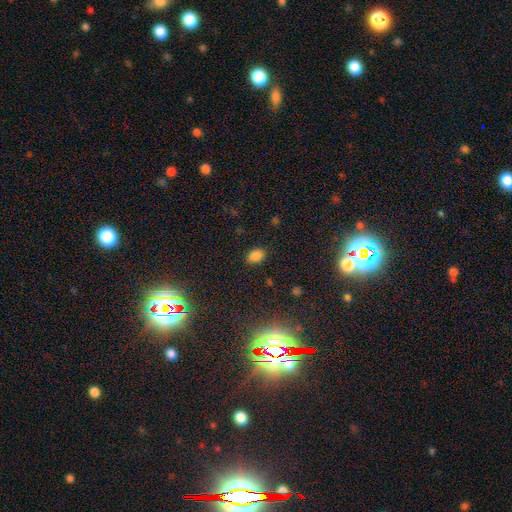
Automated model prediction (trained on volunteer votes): A smooth galaxy with no disk features (82%) that is in between round and cigar-shaped (79%). Merging: none (86%).